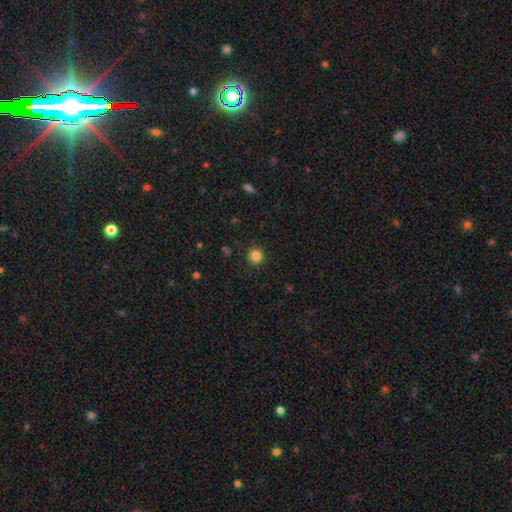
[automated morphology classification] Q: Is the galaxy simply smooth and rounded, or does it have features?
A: smooth — 84%.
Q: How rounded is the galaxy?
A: round — 94%.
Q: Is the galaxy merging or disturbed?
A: none — 91%.